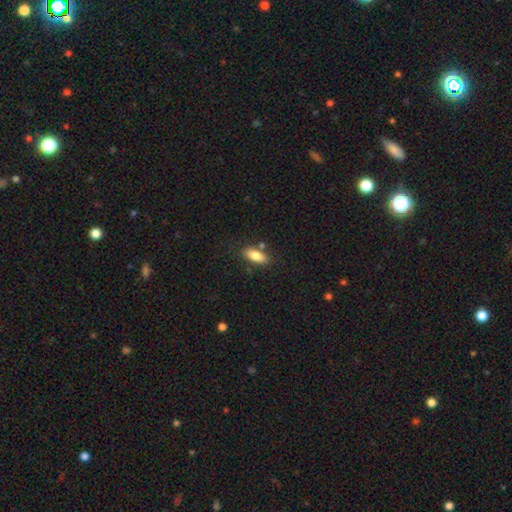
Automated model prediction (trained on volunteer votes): Q: Smooth or featured?
A: smooth (83%); runner-up: featured or disk (10%)
Q: How rounded?
A: in between (84%); runner-up: cigar-shaped (13%)
Q: Merging?
A: none (76%); runner-up: minor disturbance (14%)